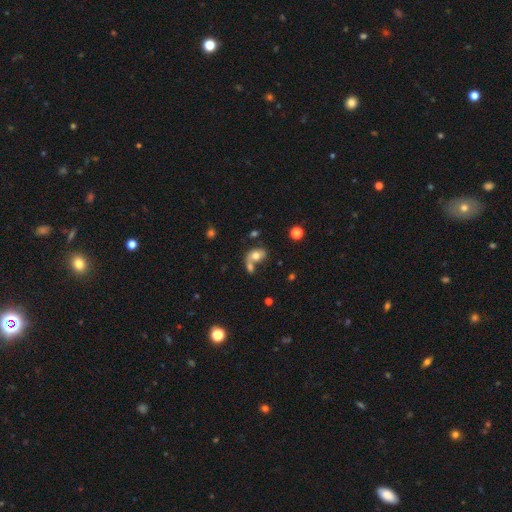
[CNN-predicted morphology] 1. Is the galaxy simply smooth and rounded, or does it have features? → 68% smooth, 22% featured or disk, 11% star or artifact.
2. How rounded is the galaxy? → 72% in between, 26% round, 2% cigar-shaped.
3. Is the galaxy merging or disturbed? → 51% merger, 29% none, 11% minor disturbance, 9% major disturbance.